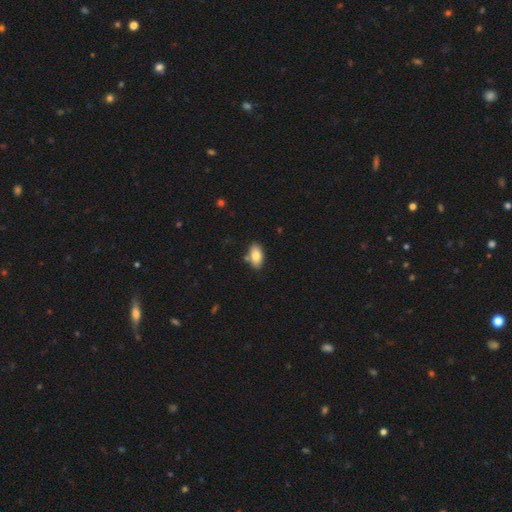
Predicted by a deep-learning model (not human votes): Q: Smooth or featured?
A: smooth (82%); runner-up: featured or disk (11%)
Q: How rounded?
A: in between (93%); runner-up: round (4%)
Q: Merging?
A: none (77%); runner-up: minor disturbance (14%)